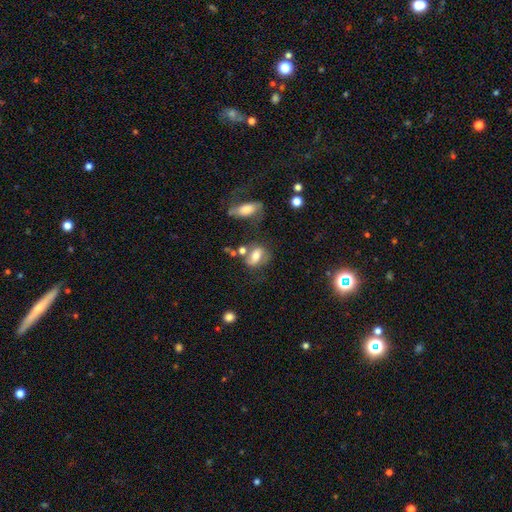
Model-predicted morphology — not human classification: Smooth or featured: smooth — 59% (featured or disk — 31%)
How rounded: in between — 78% (round — 16%)
Merging: none — 50% (minor disturbance — 21%)